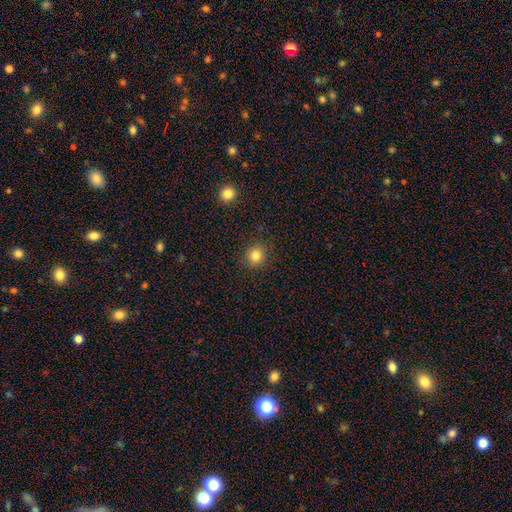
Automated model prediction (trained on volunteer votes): Smooth or featured: smooth — 82% (star or artifact — 12%)
How rounded: round — 87% (in between — 12%)
Merging: none — 89% (minor disturbance — 7%)